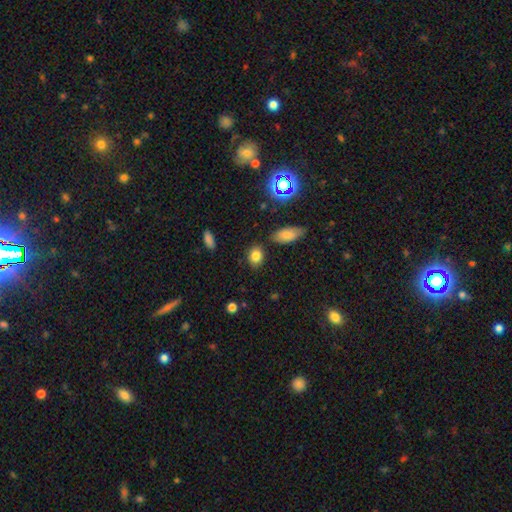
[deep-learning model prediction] Smooth or featured?
  - smooth: 81% *
  - star or artifact: 12%
  - featured or disk: 7%
How rounded?
  - in between: 62% *
  - round: 36%
  - cigar-shaped: 2%
Merging?
  - none: 82% *
  - minor disturbance: 11%
  - merger: 4%
  - major disturbance: 3%